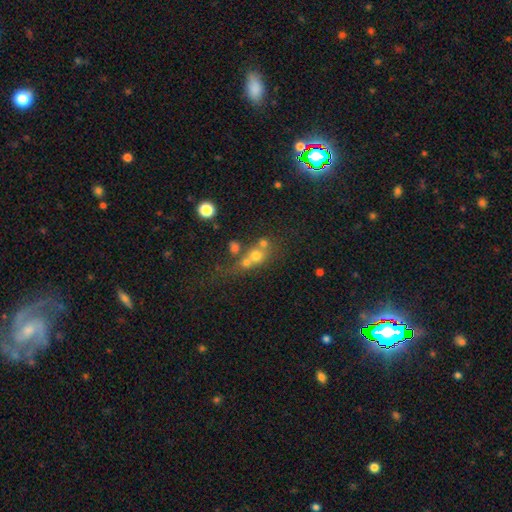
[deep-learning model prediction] smooth 60%, featured or disk 22%, star or artifact 18%. Down the decision tree: how rounded — round (74%); merging — merger (51%).